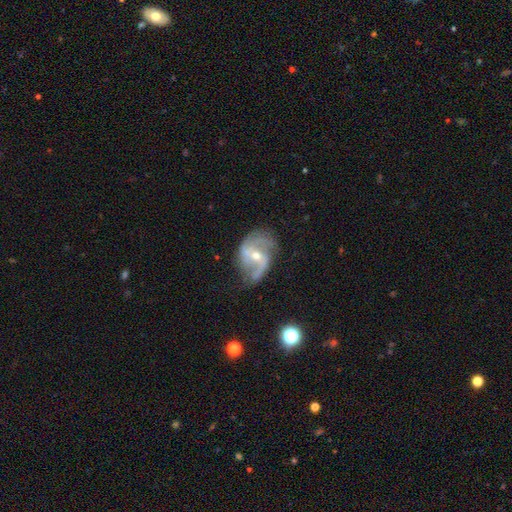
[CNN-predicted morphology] Overall: featured or disk (86%). Edge-on disk: no (97%). Bar: weak (44%; no 31%). Spiral arms: yes (94%). Spiral arm count: 2 (73%). Spiral winding: loose (45%; medium 41%). Bulge size: small (53%; moderate 44%). Merging: none (58%; minor disturbance 25%).